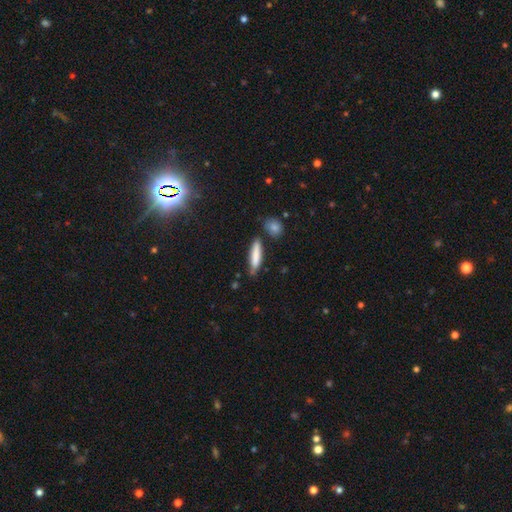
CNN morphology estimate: smooth-or-featured: smooth: 80% | featured or disk: 13% | star or artifact: 6%
  how-rounded: cigar-shaped: 79% | in between: 19% | round: 2%
  merging: none: 76% | minor disturbance: 15% | merger: 5% | major disturbance: 3%